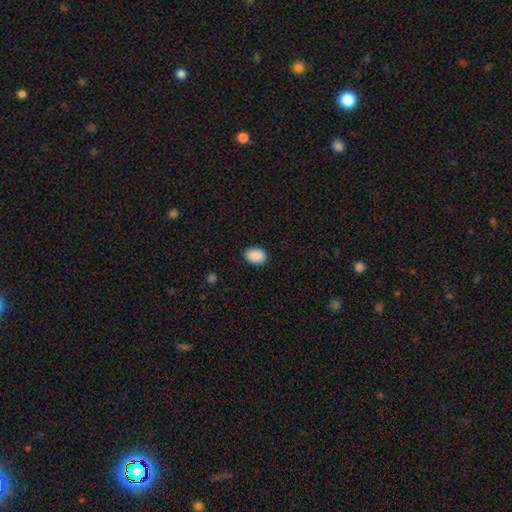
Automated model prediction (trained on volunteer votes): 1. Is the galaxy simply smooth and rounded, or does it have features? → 90% smooth, 7% star or artifact, 3% featured or disk.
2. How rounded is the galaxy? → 82% in between, 17% round, 1% cigar-shaped.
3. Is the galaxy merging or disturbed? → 86% none, 11% minor disturbance, 2% major disturbance, 1% merger.